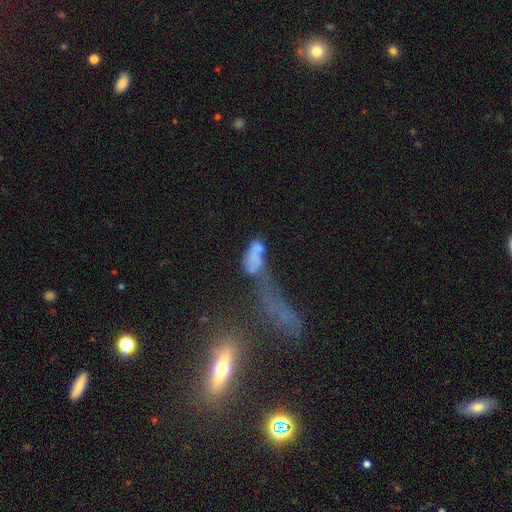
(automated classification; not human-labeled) A smooth galaxy with no disk features (50%) that is in between round and cigar-shaped (60%). Merging: merger (48%).